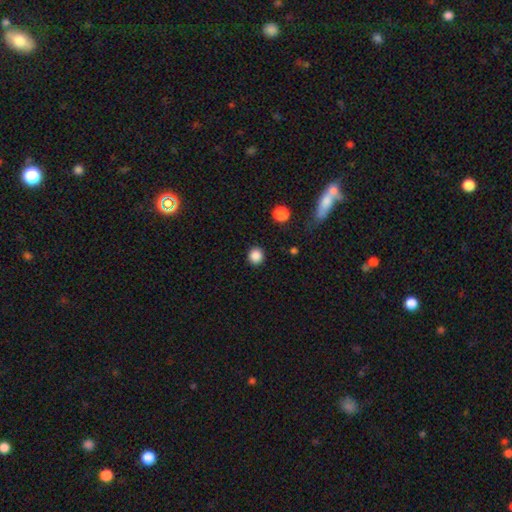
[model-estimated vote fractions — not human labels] Morphology: type=smooth (87%); roundness=round (92%); merging=none (91%).